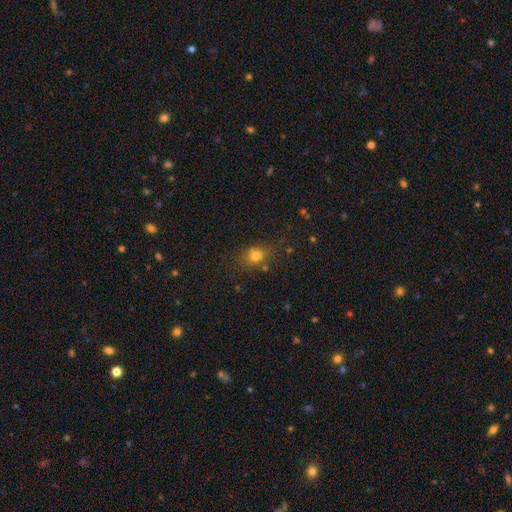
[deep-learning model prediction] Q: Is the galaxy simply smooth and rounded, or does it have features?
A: smooth — 75%.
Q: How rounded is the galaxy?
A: round — 52%.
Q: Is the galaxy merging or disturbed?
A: none — 72%.